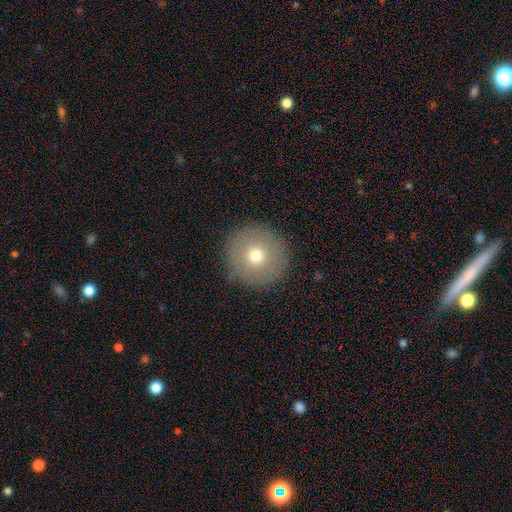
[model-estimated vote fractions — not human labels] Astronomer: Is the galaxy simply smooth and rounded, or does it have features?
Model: smooth — 69%.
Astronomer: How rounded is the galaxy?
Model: round — 95%.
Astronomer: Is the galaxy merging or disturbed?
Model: none — 89%.